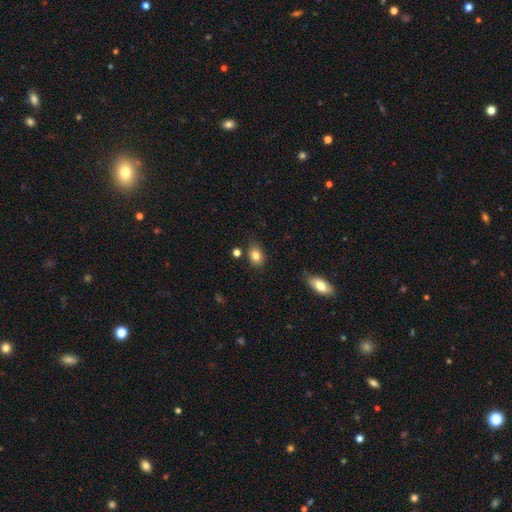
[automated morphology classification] Q: Smooth or featured?
A: smooth (83%); runner-up: star or artifact (9%)
Q: How rounded?
A: in between (77%); runner-up: round (22%)
Q: Merging?
A: none (77%); runner-up: minor disturbance (15%)